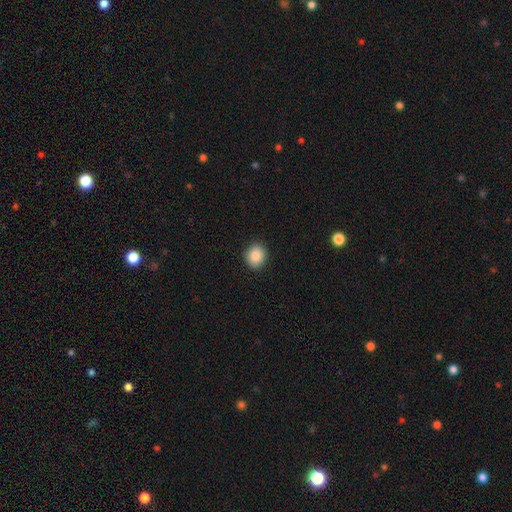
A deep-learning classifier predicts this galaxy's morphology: Q: Smooth or featured?
A: smooth (88%); runner-up: star or artifact (8%)
Q: How rounded?
A: round (70%); runner-up: in between (30%)
Q: Merging?
A: none (91%); runner-up: minor disturbance (6%)